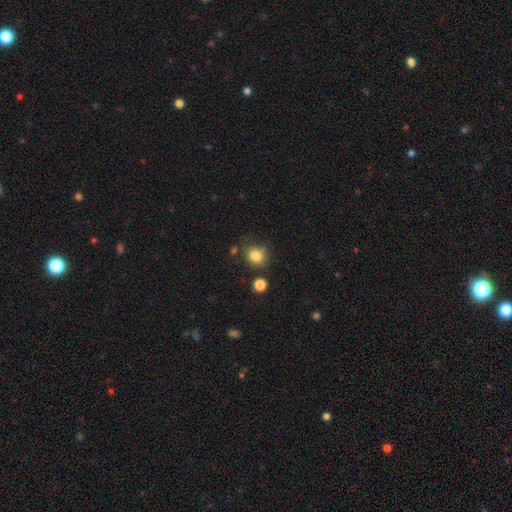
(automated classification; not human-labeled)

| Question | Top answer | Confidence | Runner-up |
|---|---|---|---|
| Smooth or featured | smooth | 82% | star or artifact (11%) |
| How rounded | round | 77% | in between (22%) |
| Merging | none | 71% | minor disturbance (17%) |